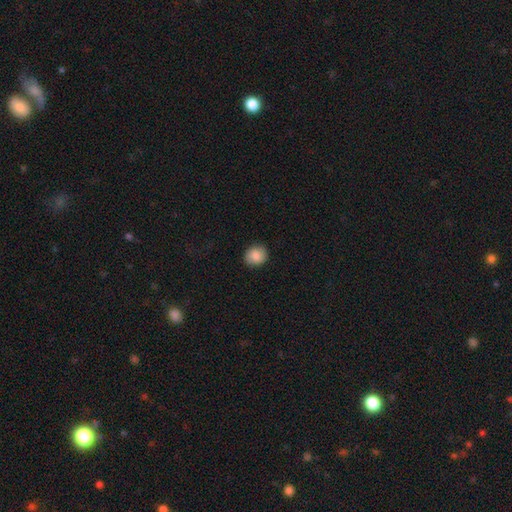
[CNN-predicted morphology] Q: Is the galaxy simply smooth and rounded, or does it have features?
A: smooth — 83%.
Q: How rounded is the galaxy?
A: round — 75%.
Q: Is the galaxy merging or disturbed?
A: none — 87%.